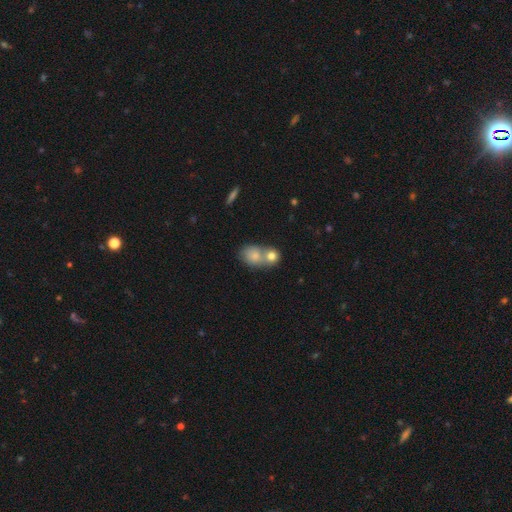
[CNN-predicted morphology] The model was most divided on "how rounded": in between: 54%, round: 44%, cigar-shaped: 2%. More confident: smooth or featured — smooth (78%); merging — merger (60%).